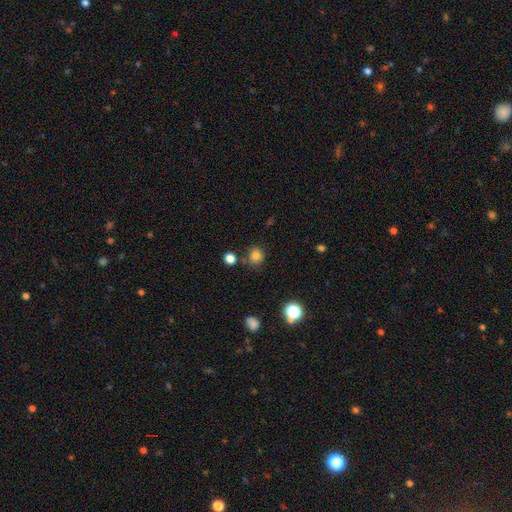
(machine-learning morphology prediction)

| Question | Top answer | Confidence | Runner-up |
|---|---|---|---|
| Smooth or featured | smooth | 80% | star or artifact (14%) |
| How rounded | round | 86% | in between (14%) |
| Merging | none | 75% | minor disturbance (13%) |